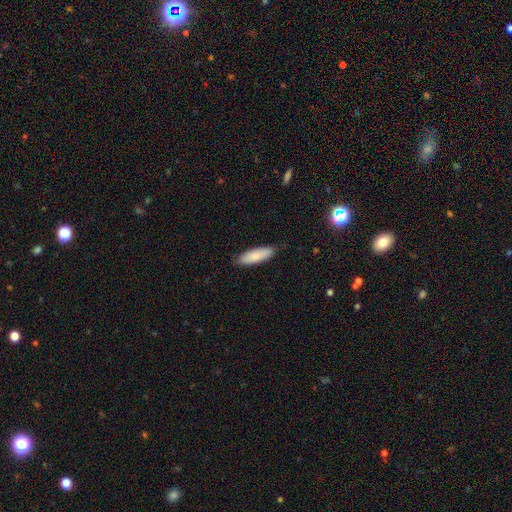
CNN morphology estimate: Q: Smooth or featured?
A: smooth (85%); runner-up: featured or disk (9%)
Q: How rounded?
A: in between (52%); runner-up: cigar-shaped (47%)
Q: Merging?
A: none (84%); runner-up: minor disturbance (13%)